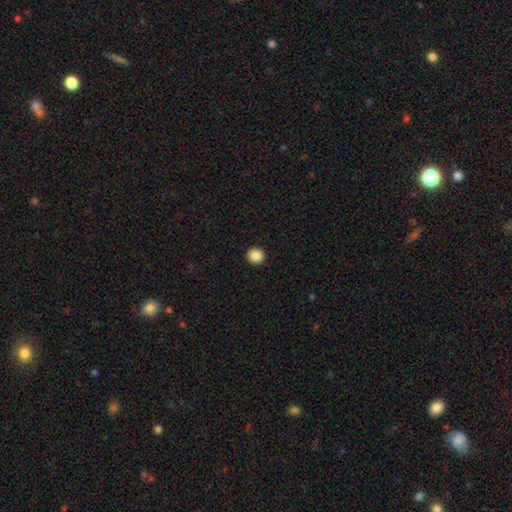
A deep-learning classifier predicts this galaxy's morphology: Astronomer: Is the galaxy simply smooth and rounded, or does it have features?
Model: smooth — 88%.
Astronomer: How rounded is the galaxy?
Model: round — 90%.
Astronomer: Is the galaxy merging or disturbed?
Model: none — 93%.